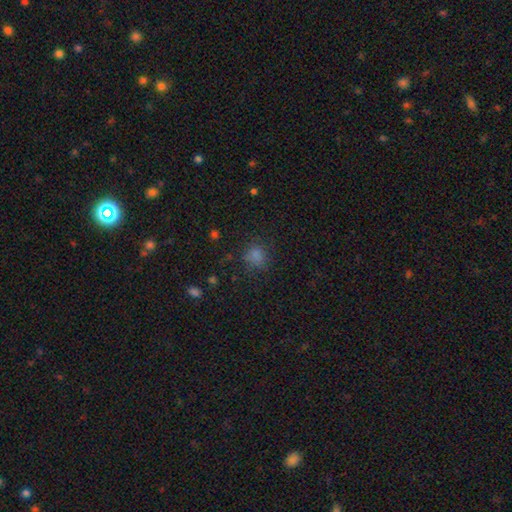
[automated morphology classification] smooth 74%, star or artifact 18%, featured or disk 7%. Down the decision tree: how rounded — round (78%); merging — none (72%).